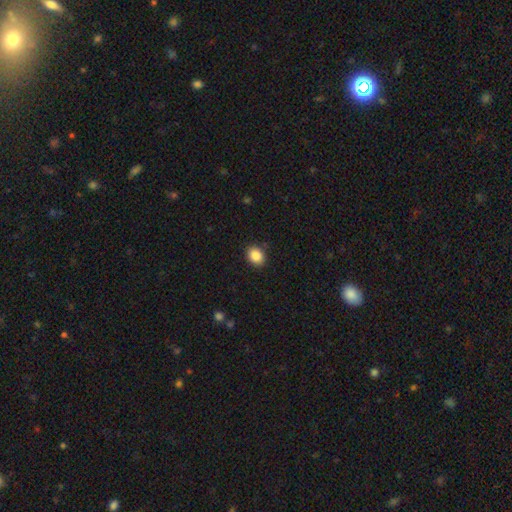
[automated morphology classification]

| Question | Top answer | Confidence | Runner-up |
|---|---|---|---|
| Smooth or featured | smooth | 87% | star or artifact (9%) |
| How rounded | in between | 50% | round (49%) |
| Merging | none | 89% | minor disturbance (8%) |